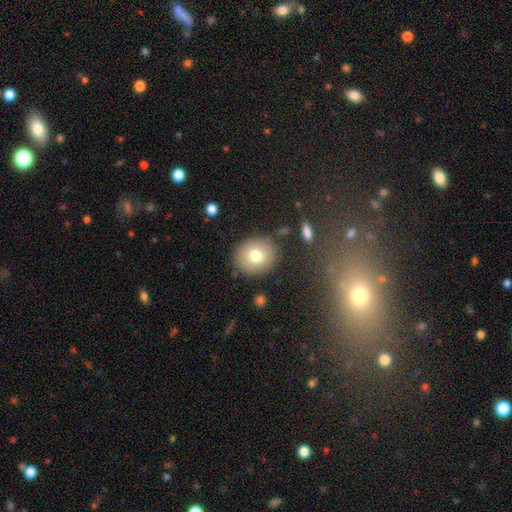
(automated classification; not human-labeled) smooth 75%, featured or disk 15%, star or artifact 10%. Down the decision tree: how rounded — round (75%); merging — none (84%).